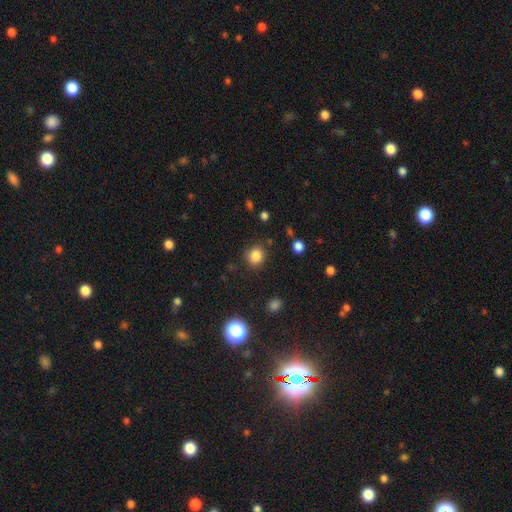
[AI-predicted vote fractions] A smooth galaxy with no disk features (84%) that is round (78%).

Vote fractions:
- Smooth or featured? smooth: 84% / star or artifact: 12% / featured or disk: 4%
- How rounded? round: 78% / in between: 21% / cigar-shaped: 1%
- Merging? none: 85% / minor disturbance: 9% / major disturbance: 3% / merger: 2%